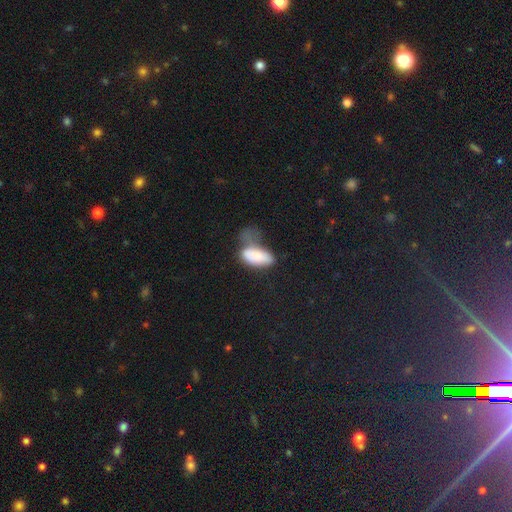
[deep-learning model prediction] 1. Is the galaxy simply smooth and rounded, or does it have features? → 74% smooth, 18% featured or disk, 8% star or artifact.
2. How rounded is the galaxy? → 88% in between, 9% cigar-shaped, 3% round.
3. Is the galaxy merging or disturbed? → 43% major disturbance, 25% minor disturbance, 18% none, 14% merger.